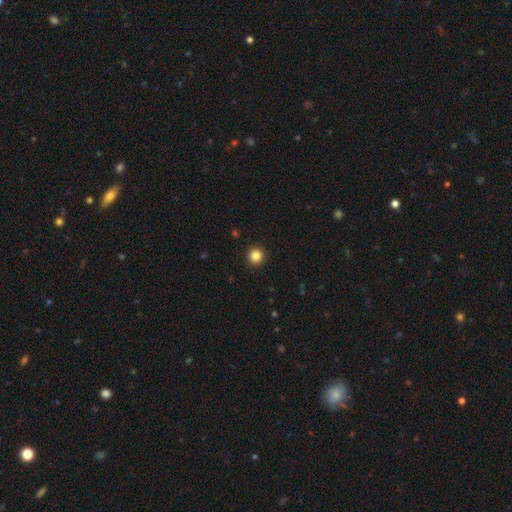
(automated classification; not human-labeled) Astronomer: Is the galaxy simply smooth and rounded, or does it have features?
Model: smooth — 86%.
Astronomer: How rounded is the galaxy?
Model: round — 95%.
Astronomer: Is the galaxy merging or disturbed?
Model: none — 93%.